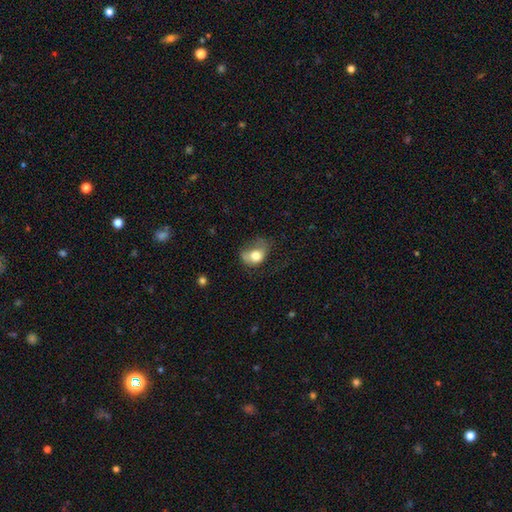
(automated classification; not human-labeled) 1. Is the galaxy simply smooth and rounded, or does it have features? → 73% smooth, 19% featured or disk, 9% star or artifact.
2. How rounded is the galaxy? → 67% in between, 32% round, 1% cigar-shaped.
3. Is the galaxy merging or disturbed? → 37% major disturbance, 33% minor disturbance, 26% none, 3% merger.